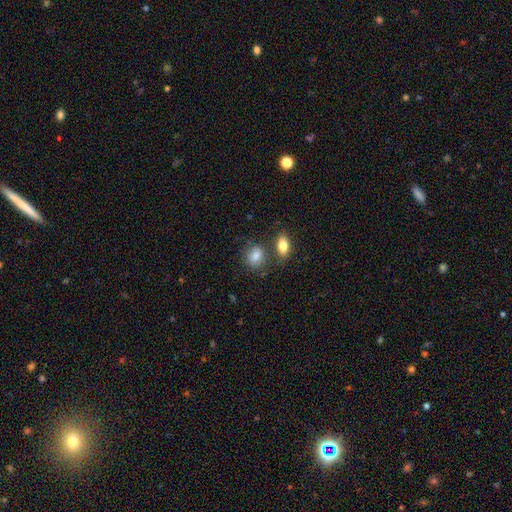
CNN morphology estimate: This is clearly a smooth galaxy (84%). How rounded: possibly in between (59%). Merging: likely none (64%).